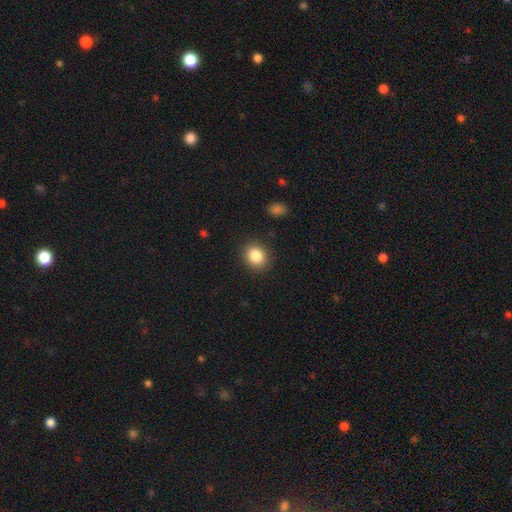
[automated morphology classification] smooth-or-featured: smooth: 86% | star or artifact: 9% | featured or disk: 5%
  how-rounded: round: 67% | in between: 32% | cigar-shaped: 1%
  merging: none: 89% | minor disturbance: 8% | major disturbance: 3% | merger: 1%